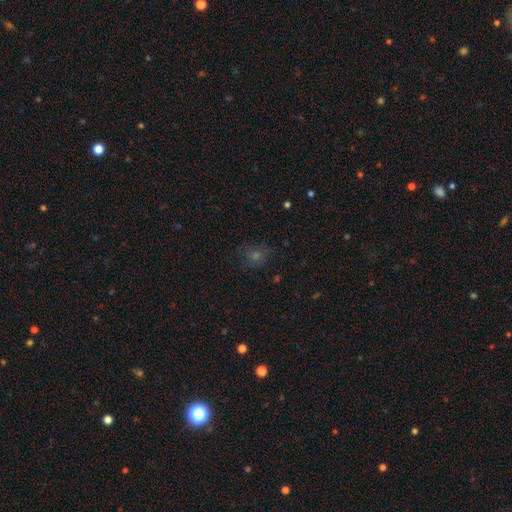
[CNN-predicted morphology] This is possibly a smooth galaxy (49%). Merging: likely none (80%).